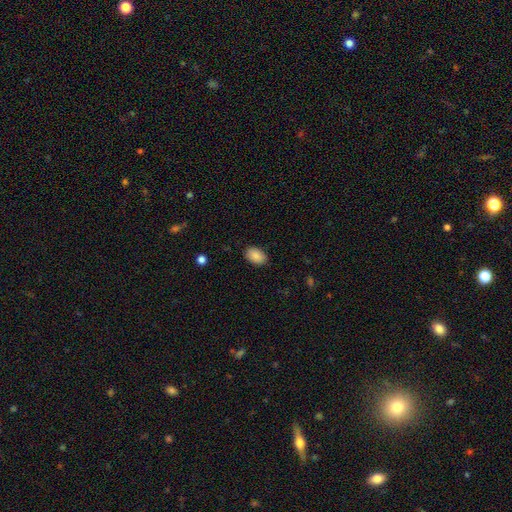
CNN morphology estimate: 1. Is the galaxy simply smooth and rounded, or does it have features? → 89% smooth, 7% star or artifact, 4% featured or disk.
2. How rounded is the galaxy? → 89% in between, 10% round, 1% cigar-shaped.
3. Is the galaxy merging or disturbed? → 87% none, 10% minor disturbance, 2% major disturbance, 1% merger.